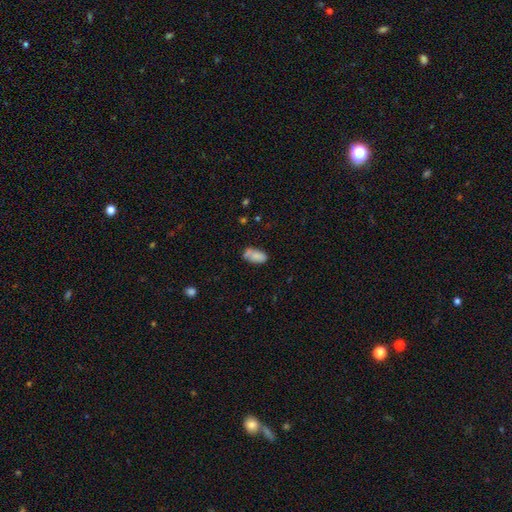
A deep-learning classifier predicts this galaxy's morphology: This is likely a smooth galaxy (76%). How rounded: clearly in between (92%). Merging: possibly none (47%).